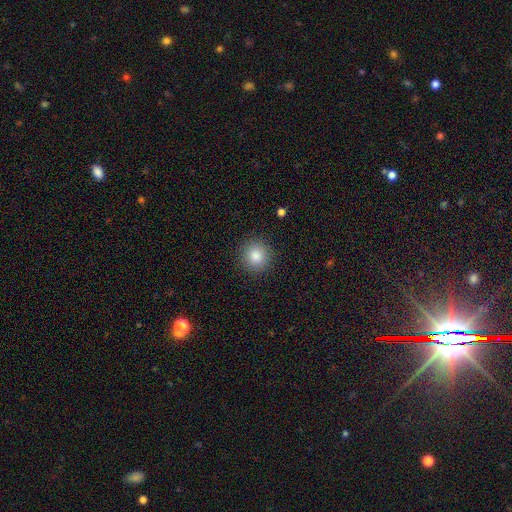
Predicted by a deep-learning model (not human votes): A smooth galaxy with no disk features (85%) that is round (93%). Merging: none (91%).